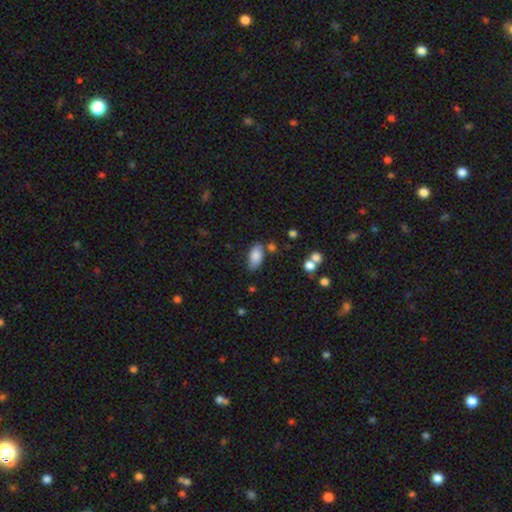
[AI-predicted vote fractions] smooth 83%, featured or disk 9%, star or artifact 7%. Down the decision tree: how rounded — in between (91%); merging — none (67%).